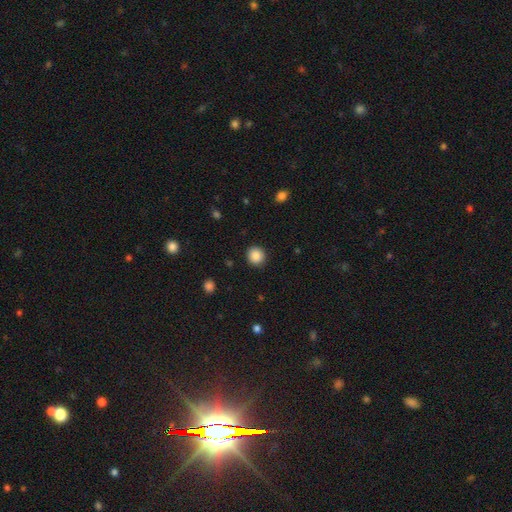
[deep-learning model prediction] This is clearly a smooth galaxy (87%). How rounded: clearly round (91%). Merging: clearly none (92%).